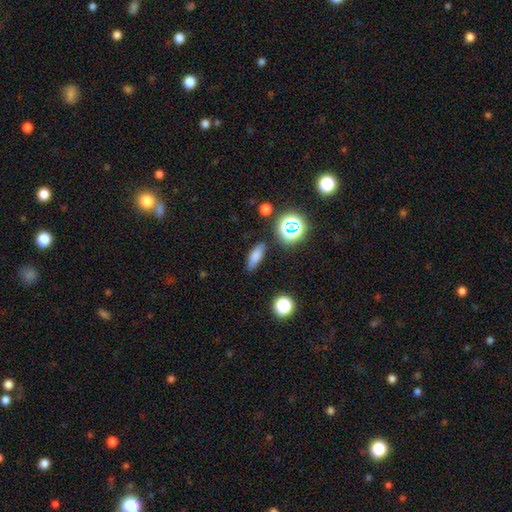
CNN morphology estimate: smooth 74%, star or artifact 15%, featured or disk 11%. Down the decision tree: how rounded — in between (53%); merging — none (85%).